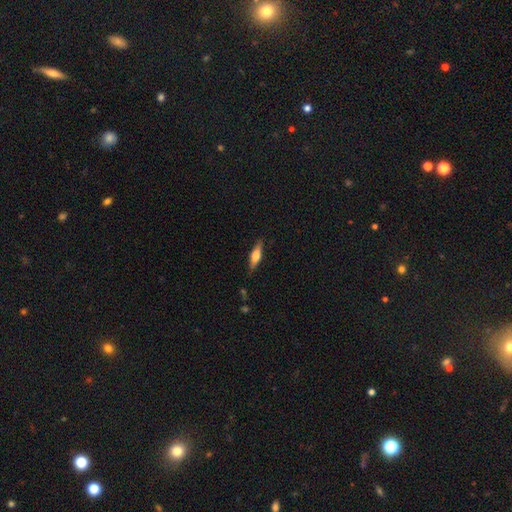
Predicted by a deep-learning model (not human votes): Q: Smooth or featured?
A: featured or disk (51%); runner-up: smooth (42%)
Q: Edge-on disk?
A: yes (94%); runner-up: no (6%)
Q: Merging?
A: none (85%); runner-up: minor disturbance (11%)